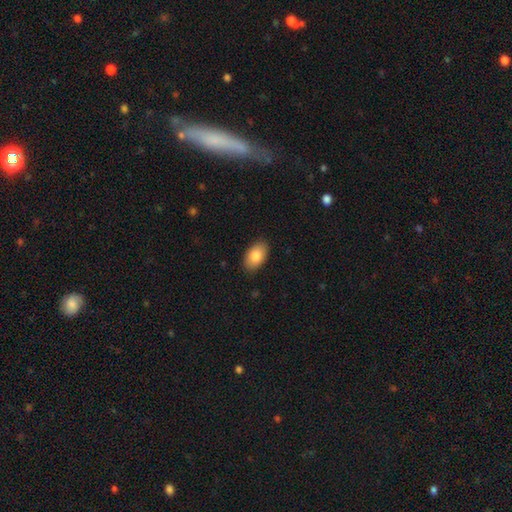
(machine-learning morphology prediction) A smooth galaxy with no disk features (84%) that is in between round and cigar-shaped (93%).

Vote fractions:
- Smooth or featured? smooth: 84% / featured or disk: 10% / star or artifact: 6%
- How rounded? in between: 93% / round: 5% / cigar-shaped: 1%
- Merging? none: 88% / minor disturbance: 9% / major disturbance: 2% / merger: 1%